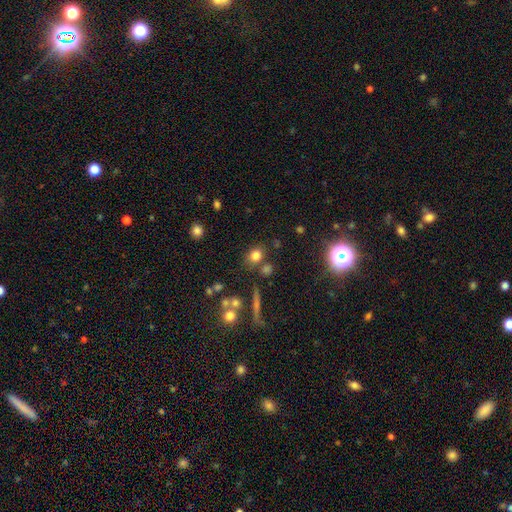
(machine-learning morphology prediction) A smooth galaxy with no disk features (78%) that is round (59%). Merging: none (72%).